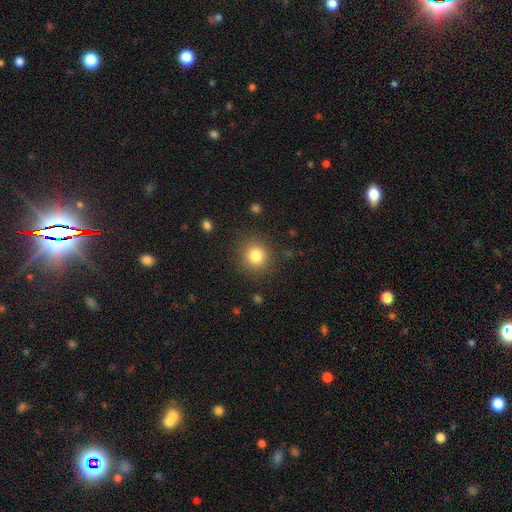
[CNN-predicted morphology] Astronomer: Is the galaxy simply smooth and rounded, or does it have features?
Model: smooth — 82%.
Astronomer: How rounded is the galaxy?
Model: round — 91%.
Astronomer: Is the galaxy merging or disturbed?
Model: none — 87%.